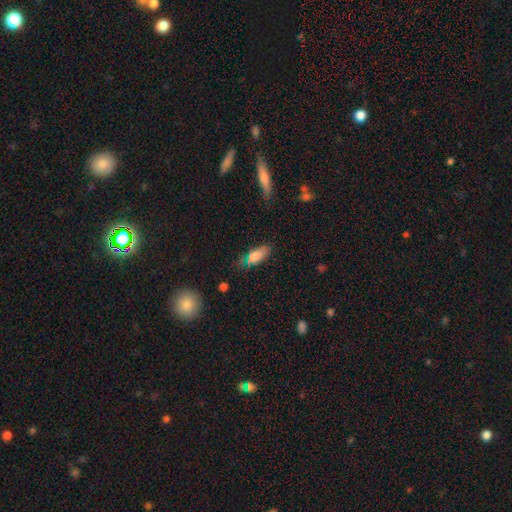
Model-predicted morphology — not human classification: Smooth or featured? Predicted: smooth (p=0.77). How rounded? Predicted: in between (p=0.79). Merging? Predicted: none (p=0.67).